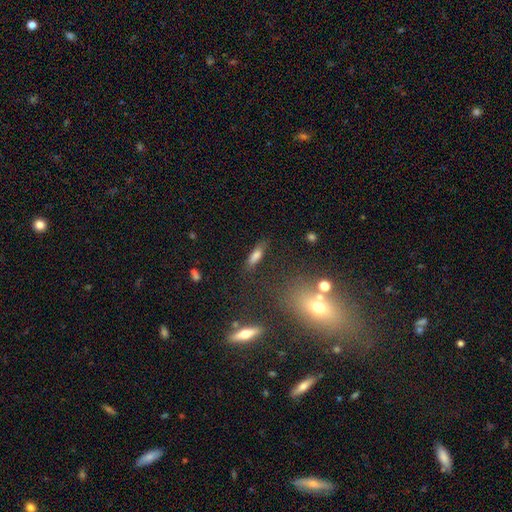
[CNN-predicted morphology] Smooth or featured?
  - smooth: 76% *
  - featured or disk: 13%
  - star or artifact: 11%
How rounded?
  - cigar-shaped: 49% *
  - in between: 47%
  - round: 3%
Merging?
  - none: 73% *
  - minor disturbance: 17%
  - major disturbance: 6%
  - merger: 4%